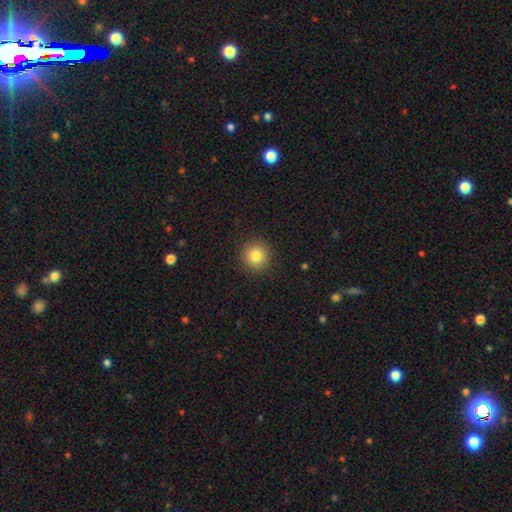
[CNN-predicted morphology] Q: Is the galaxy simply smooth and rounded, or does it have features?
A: smooth — 83%.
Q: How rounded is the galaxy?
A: round — 94%.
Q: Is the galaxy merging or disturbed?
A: none — 92%.